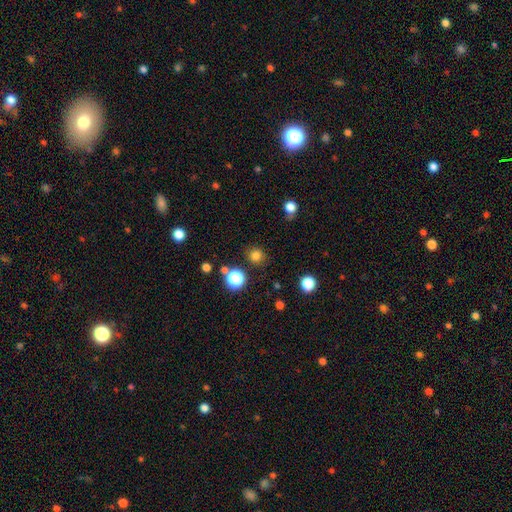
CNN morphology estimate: This appears to be a smooth galaxy with no disk features (79%) that is round (89%). Merging: none (85%).